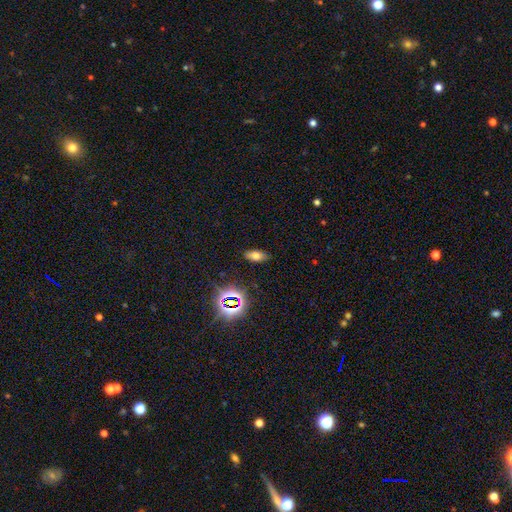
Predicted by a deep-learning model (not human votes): Smooth or featured: smooth — 67% (star or artifact — 21%)
How rounded: in between — 87% (cigar-shaped — 8%)
Merging: none — 85% (minor disturbance — 10%)